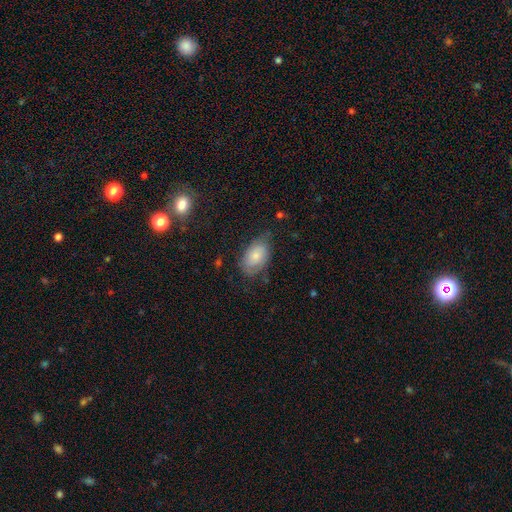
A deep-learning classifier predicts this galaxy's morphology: smooth 70%, featured or disk 23%, star or artifact 7%. Down the decision tree: how rounded — in between (91%); merging — none (56%).